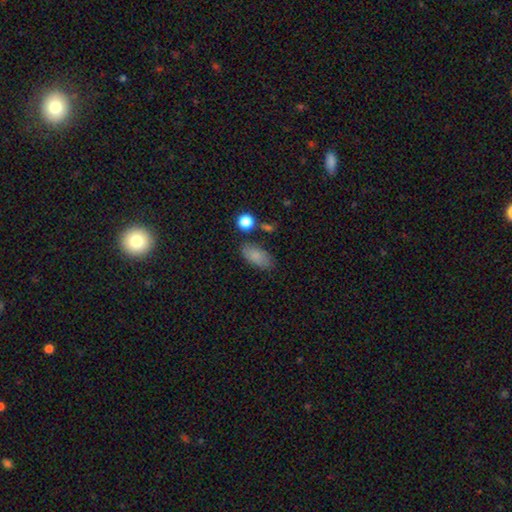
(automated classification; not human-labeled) Smooth or featured: smooth — 83% (star or artifact — 9%)
How rounded: in between — 90% (cigar-shaped — 5%)
Merging: none — 74% (minor disturbance — 16%)